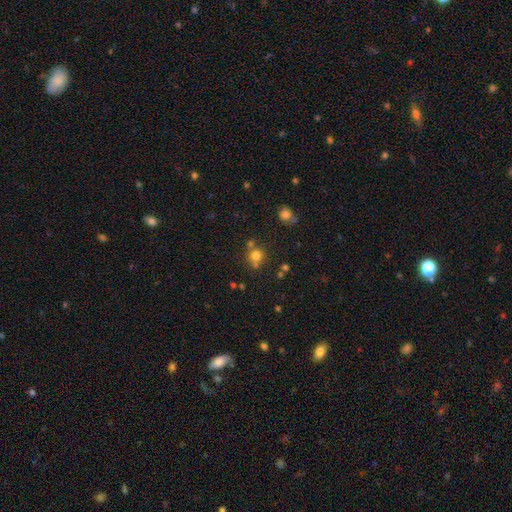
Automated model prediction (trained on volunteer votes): Q: Smooth or featured?
A: smooth (73%); runner-up: star or artifact (18%)
Q: How rounded?
A: round (86%); runner-up: in between (13%)
Q: Merging?
A: none (62%); runner-up: merger (23%)